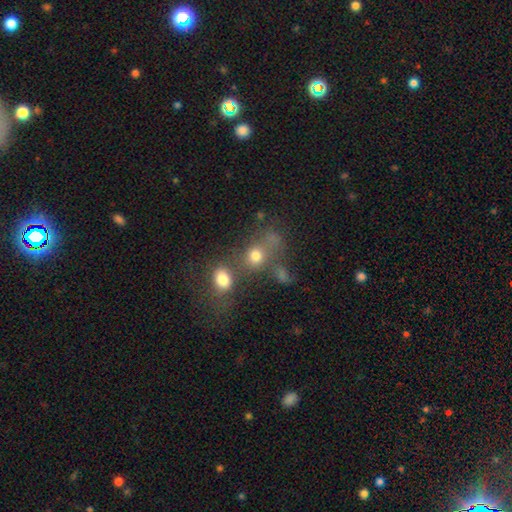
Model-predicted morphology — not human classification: smooth 71%, star or artifact 16%, featured or disk 13%. Down the decision tree: how rounded — round (56%); merging — merger (42%).